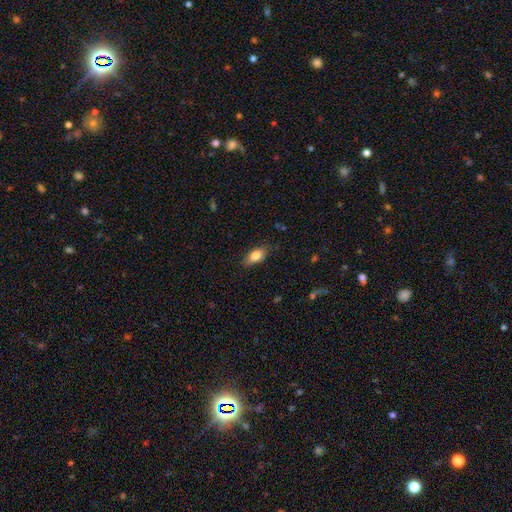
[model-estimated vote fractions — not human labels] Morphology: type=smooth (78%); roundness=in between (84%); merging=none (81%).